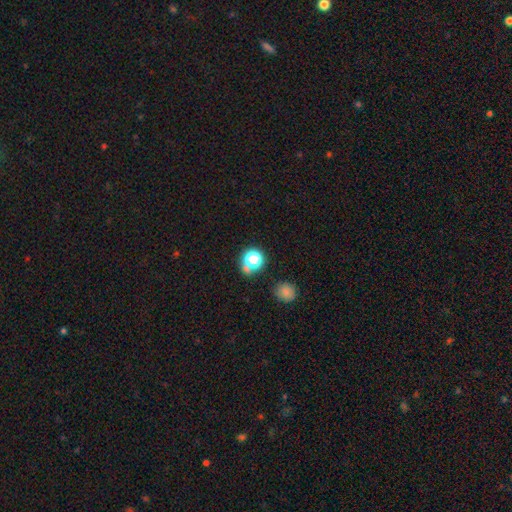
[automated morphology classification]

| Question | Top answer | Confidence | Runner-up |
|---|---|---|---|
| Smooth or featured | smooth | 57% | star or artifact (35%) |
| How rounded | round | 85% | in between (14%) |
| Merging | none | 71% | merger (13%) |